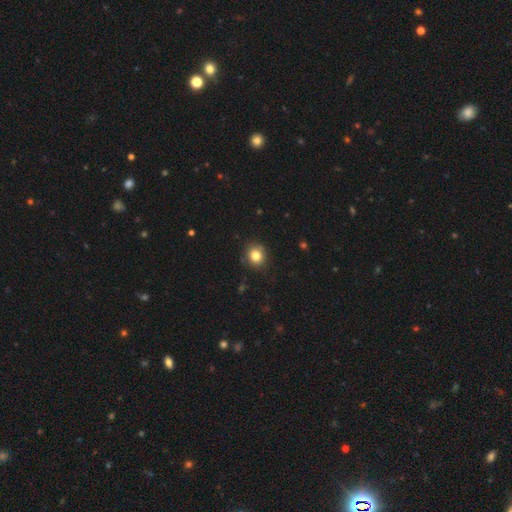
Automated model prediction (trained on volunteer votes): A smooth galaxy with no disk features (82%) that is round (83%).

Vote fractions:
- Smooth or featured? smooth: 82% / star or artifact: 11% / featured or disk: 7%
- How rounded? round: 83% / in between: 16% / cigar-shaped: 1%
- Merging? none: 86% / minor disturbance: 11% / major disturbance: 2% / merger: 1%